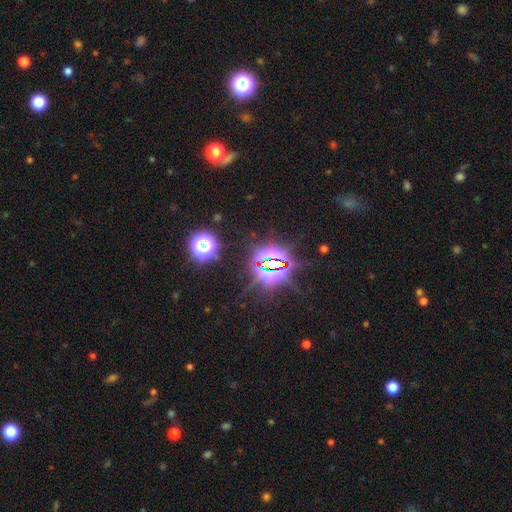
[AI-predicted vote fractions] Overall: star or artifact (84%).